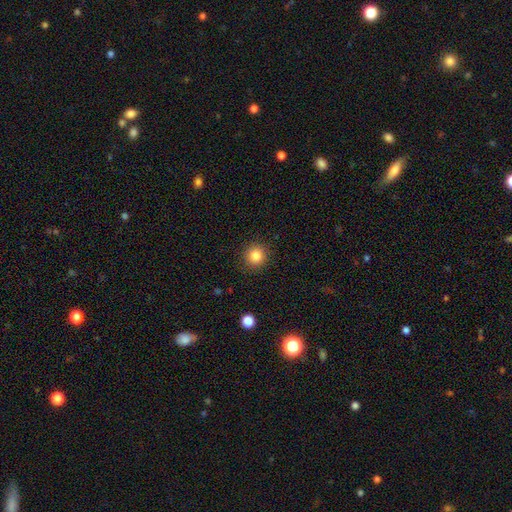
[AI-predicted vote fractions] Morphology: type=smooth (84%); roundness=round (92%); merging=none (91%).